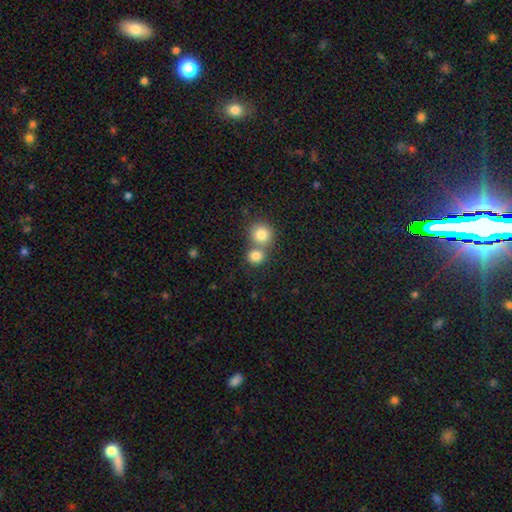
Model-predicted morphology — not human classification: This appears to be a smooth galaxy with no disk features (81%) that is round (80%). Merging: merger (46%).